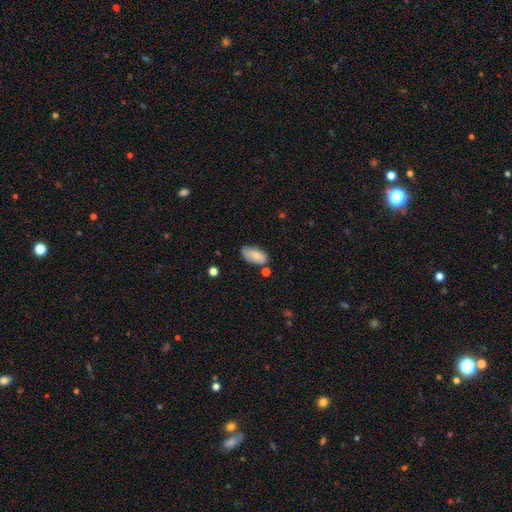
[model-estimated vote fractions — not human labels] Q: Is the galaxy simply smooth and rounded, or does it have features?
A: smooth — 75%.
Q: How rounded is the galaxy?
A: in between — 93%.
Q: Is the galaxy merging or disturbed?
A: none — 61%.